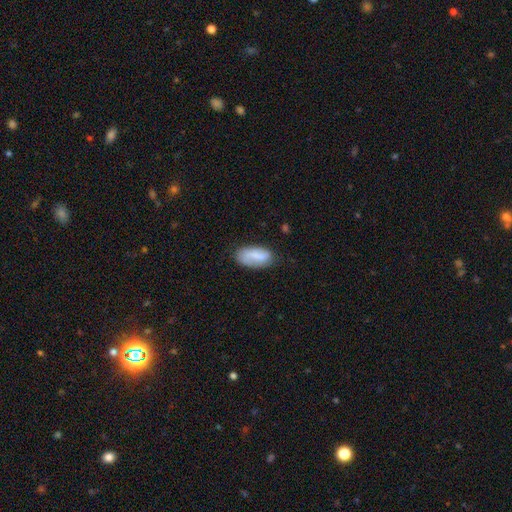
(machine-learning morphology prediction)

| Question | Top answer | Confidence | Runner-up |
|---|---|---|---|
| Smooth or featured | smooth | 71% | featured or disk (23%) |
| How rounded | in between | 92% | cigar-shaped (5%) |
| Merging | none | 67% | minor disturbance (24%) |